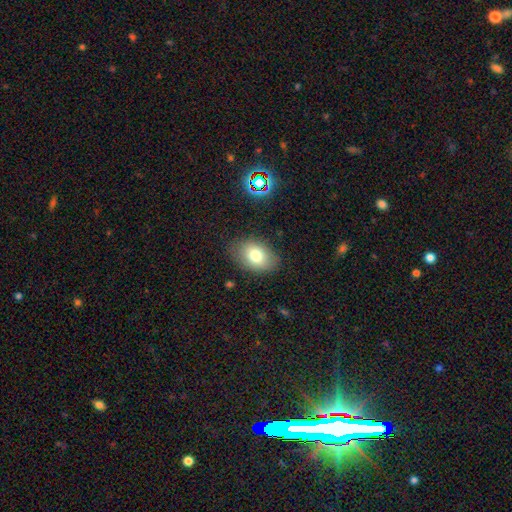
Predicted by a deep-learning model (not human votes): smooth-or-featured: smooth: 76% | featured or disk: 14% | star or artifact: 10%
  how-rounded: in between: 80% | round: 19% | cigar-shaped: 1%
  merging: none: 81% | minor disturbance: 14% | major disturbance: 4% | merger: 1%